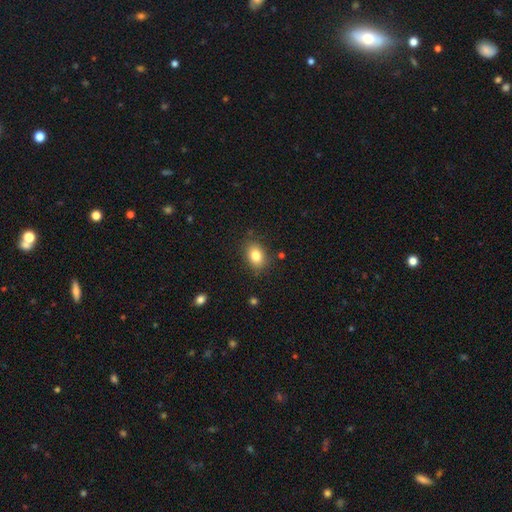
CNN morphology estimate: Smooth or featured: smooth — 82% (star or artifact — 9%)
How rounded: in between — 76% (round — 23%)
Merging: none — 83% (minor disturbance — 12%)